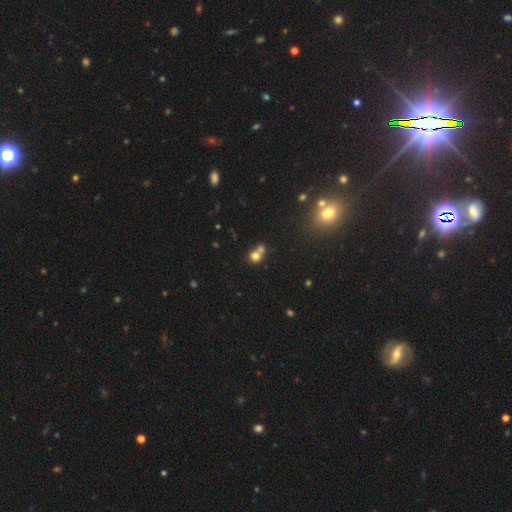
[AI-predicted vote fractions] smooth-or-featured: smooth: 72% | star or artifact: 15% | featured or disk: 13%
  how-rounded: round: 80% | in between: 19% | cigar-shaped: 1%
  merging: merger: 49% | none: 40% | minor disturbance: 8% | major disturbance: 4%